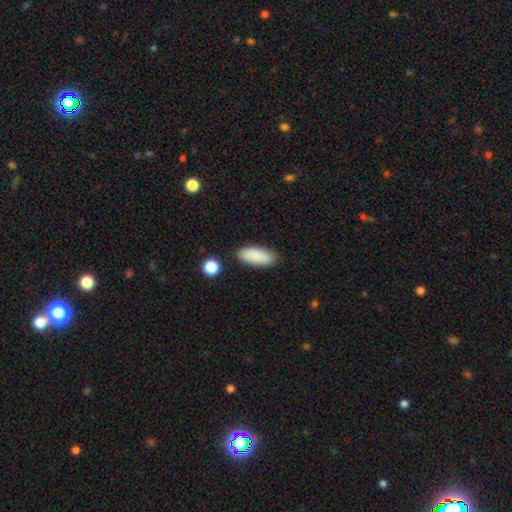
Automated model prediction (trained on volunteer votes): Morphology: type=smooth (89%); roundness=in between (84%); merging=none (85%).